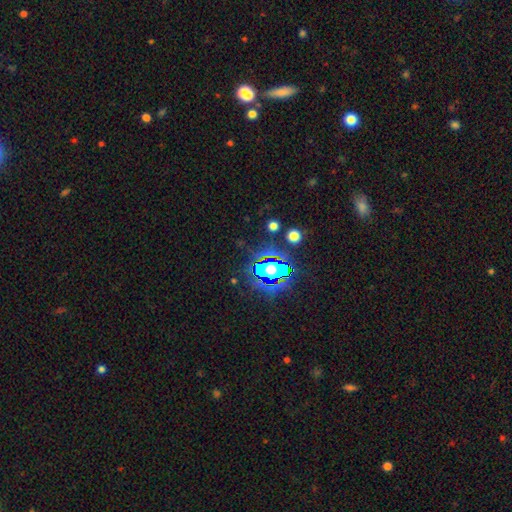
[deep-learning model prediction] The model was most divided on "smooth or featured": star or artifact: 78%, smooth: 14%, featured or disk: 9%.